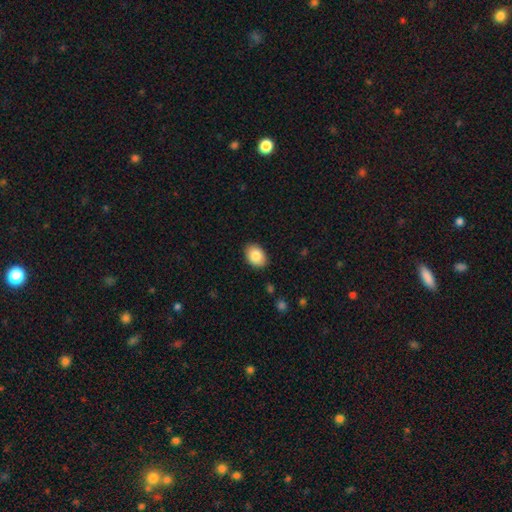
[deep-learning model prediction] smooth_or_featured: smooth (p=0.85) [alt: featured or disk p=0.08]
how_rounded: in between (p=0.80) [alt: round p=0.19]
merging: none (p=0.87) [alt: minor disturbance p=0.10]